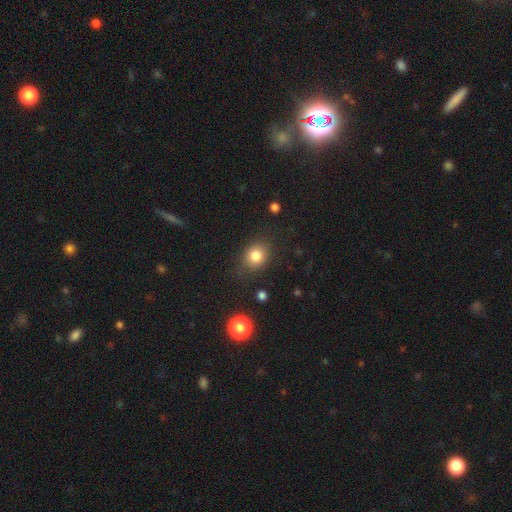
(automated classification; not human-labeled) Smooth or featured? smooth (82%)
How rounded? round (64%)
Merging? none (79%)